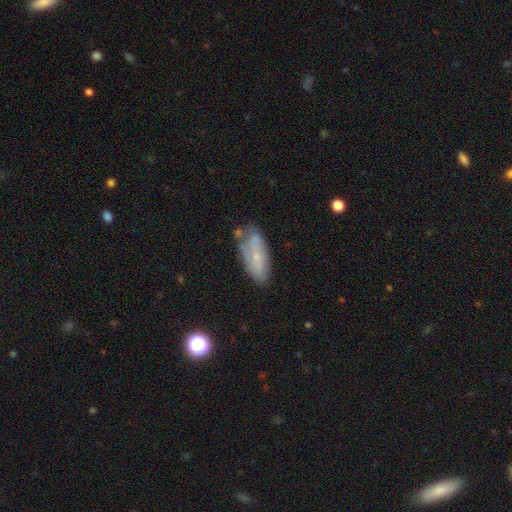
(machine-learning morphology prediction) Q: Smooth or featured?
A: smooth (47%); runner-up: featured or disk (45%)
Q: Merging?
A: none (59%); runner-up: minor disturbance (27%)